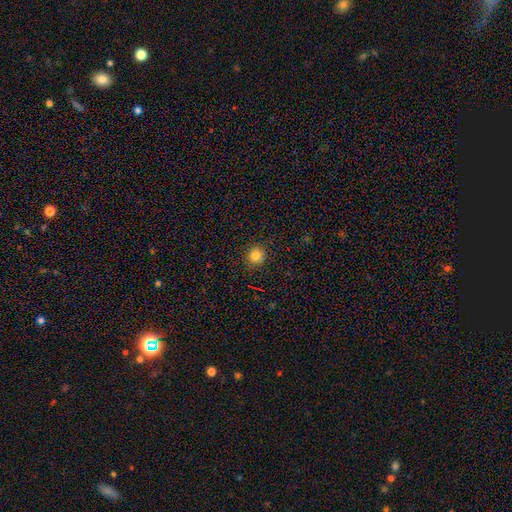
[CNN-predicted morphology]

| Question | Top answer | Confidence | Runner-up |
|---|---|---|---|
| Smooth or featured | smooth | 82% | star or artifact (12%) |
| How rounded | round | 92% | in between (7%) |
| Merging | none | 91% | minor disturbance (6%) |